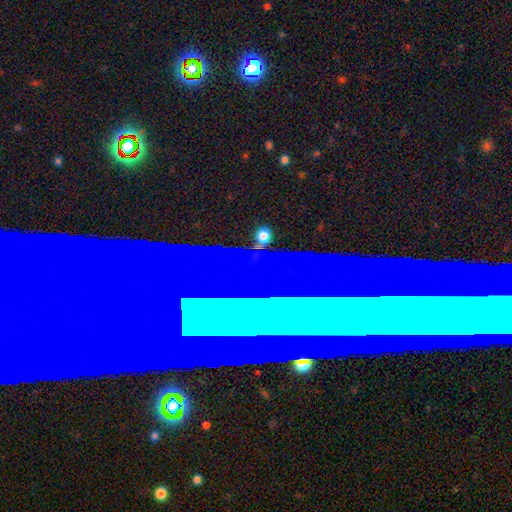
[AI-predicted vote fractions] A star or artifact, not a galaxy (59%).

Vote fractions:
- Smooth or featured? star or artifact: 59% / smooth: 25% / featured or disk: 16%